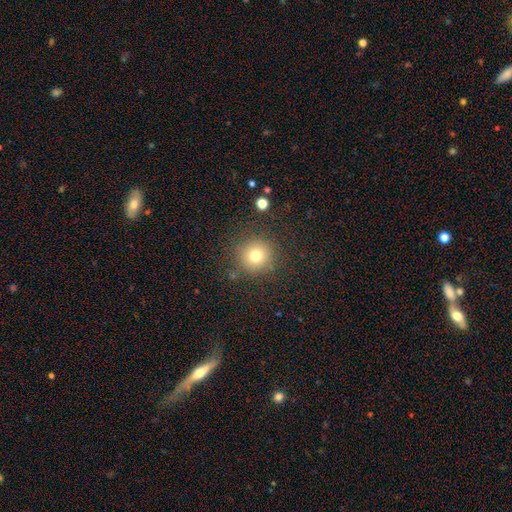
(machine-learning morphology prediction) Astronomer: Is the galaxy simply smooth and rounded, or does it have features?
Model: smooth — 75%.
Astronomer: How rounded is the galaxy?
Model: round — 94%.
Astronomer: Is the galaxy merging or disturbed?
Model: none — 86%.